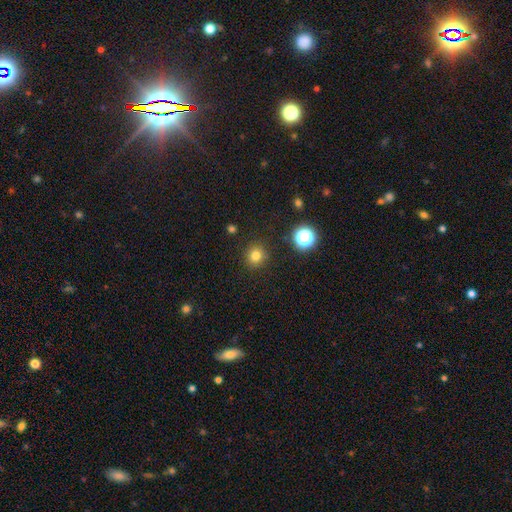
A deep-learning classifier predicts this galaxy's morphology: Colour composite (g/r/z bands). It shows a smooth galaxy with no disk features (79%) that is round (91%). Merging: none (89%).